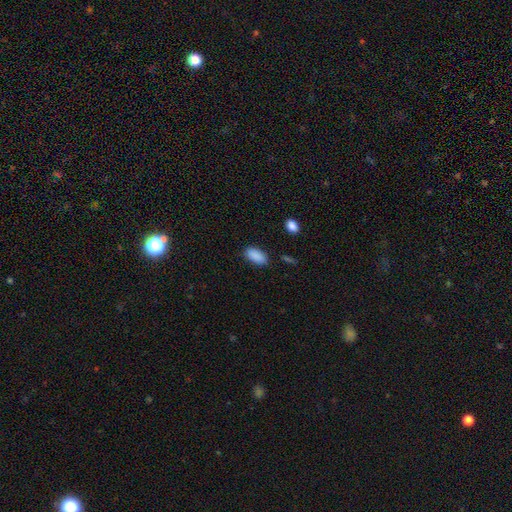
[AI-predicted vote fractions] This is clearly a smooth galaxy (89%). How rounded: clearly in between (91%). Merging: clearly none (84%).